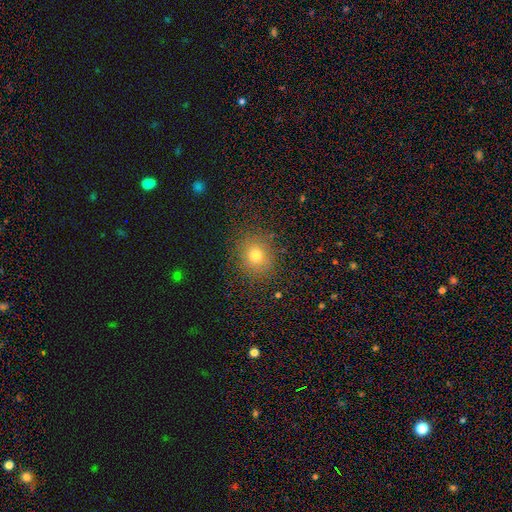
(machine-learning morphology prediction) Smooth or featured?
  - smooth: 74% *
  - star or artifact: 17%
  - featured or disk: 9%
How rounded?
  - round: 79% *
  - in between: 20%
  - cigar-shaped: 1%
Merging?
  - none: 86% *
  - minor disturbance: 9%
  - major disturbance: 3%
  - merger: 1%